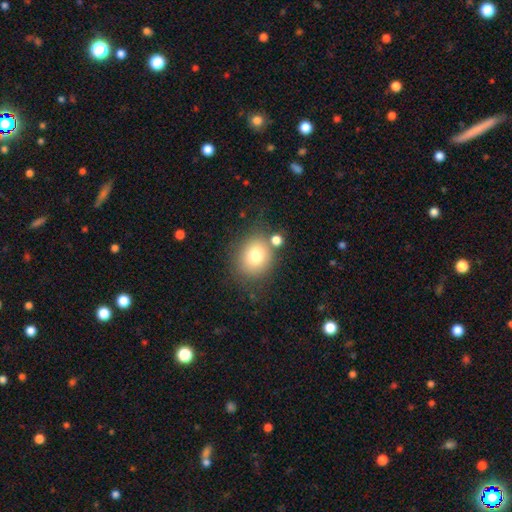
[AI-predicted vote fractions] This is likely a smooth galaxy (76%). How rounded: likely round (72%). Merging: likely none (70%).